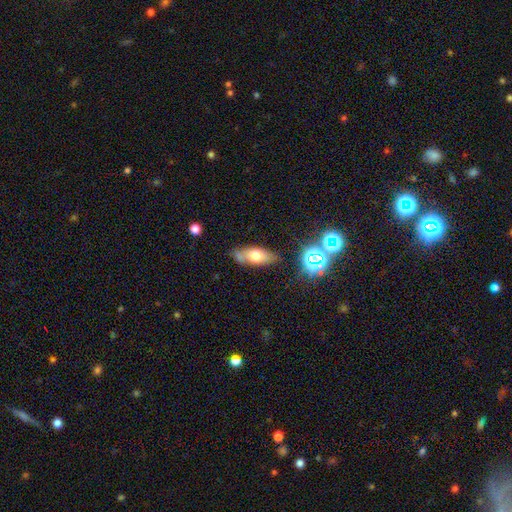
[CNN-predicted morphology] A smooth galaxy with no disk features (61%) that is in between round and cigar-shaped (75%). Merging: none (70%).